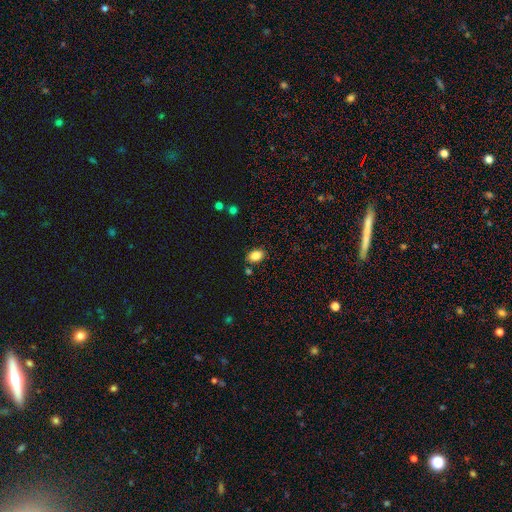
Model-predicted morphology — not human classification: type=smooth (85%); roundness=in between (79%); merging=none (83%).